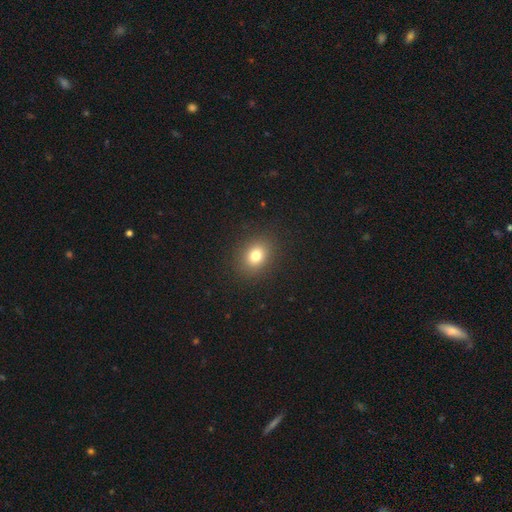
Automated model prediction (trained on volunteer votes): Q: Smooth or featured?
A: smooth (78%); runner-up: star or artifact (13%)
Q: How rounded?
A: round (52%); runner-up: in between (47%)
Q: Merging?
A: none (89%); runner-up: minor disturbance (7%)